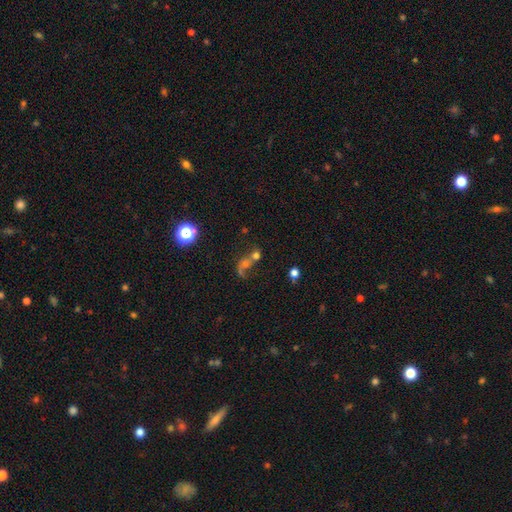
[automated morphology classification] A smooth galaxy with no disk features (46%).

Vote fractions:
- Smooth or featured? smooth: 46% / featured or disk: 31% / star or artifact: 23%
- Merging? merger: 60% / none: 19% / major disturbance: 14% / minor disturbance: 7%